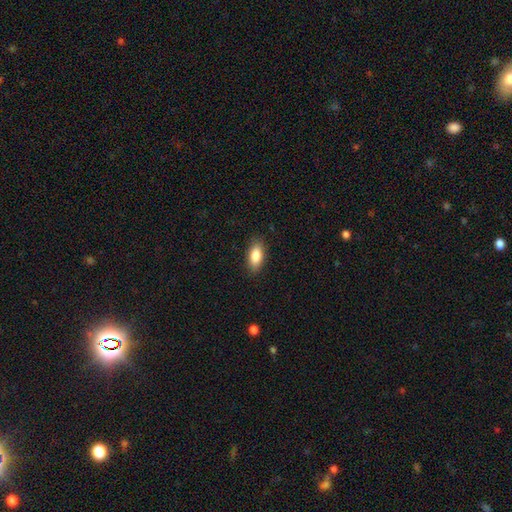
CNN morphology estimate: The model was most divided on "how rounded": in between: 86%, cigar-shaped: 11%, round: 3%. More confident: merging — none (87%); smooth or featured — smooth (86%).